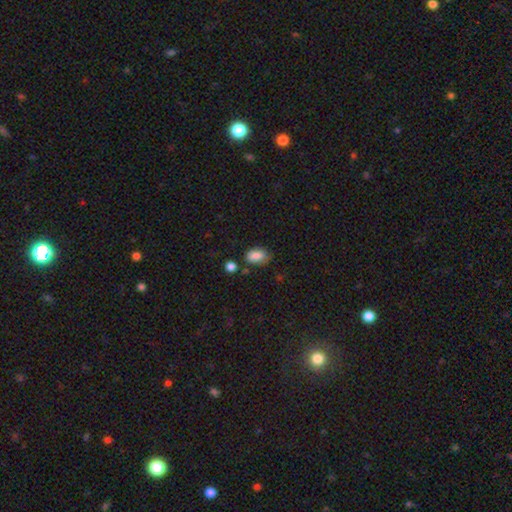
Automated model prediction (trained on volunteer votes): Smooth or featured? Predicted: smooth (p=0.84). How rounded? Predicted: in between (p=0.88). Merging? Predicted: none (p=0.63).